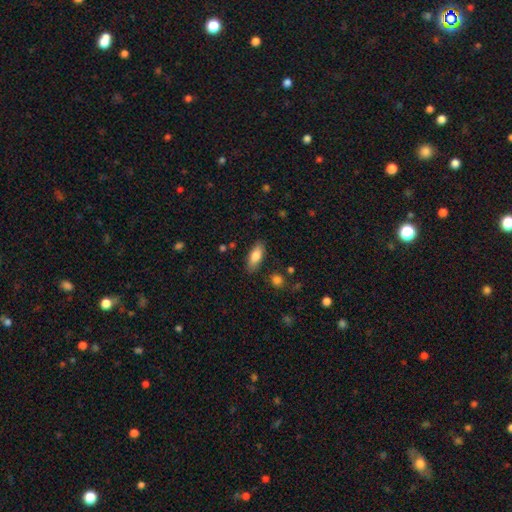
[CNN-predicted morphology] Overall: smooth (81%). How rounded: in between (77%). Merging: none (84%).